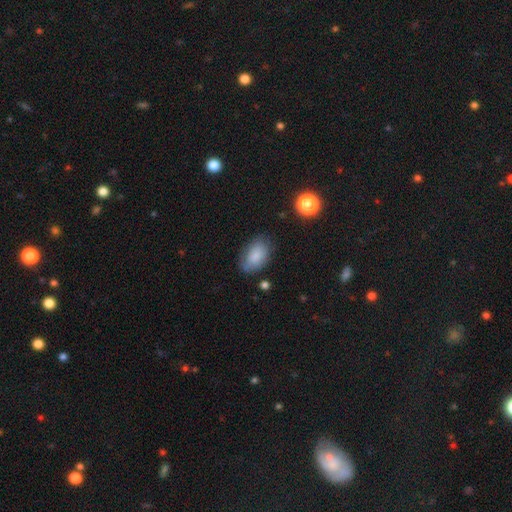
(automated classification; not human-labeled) Smooth or featured? Predicted: smooth (p=0.82). How rounded? Predicted: in between (p=0.91). Merging? Predicted: none (p=0.70).